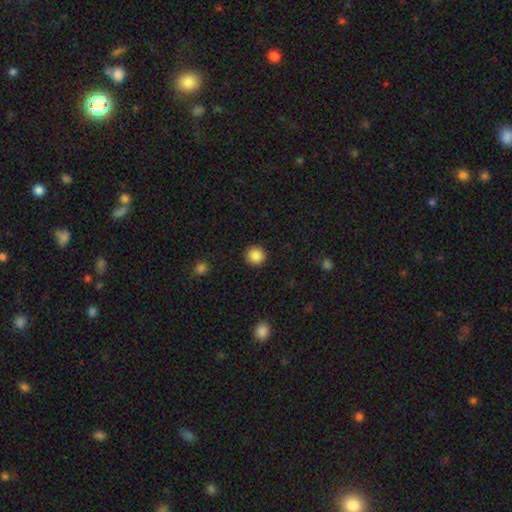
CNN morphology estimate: This appears to be a smooth galaxy with no disk features (88%) that is round (94%). Merging: none (92%).